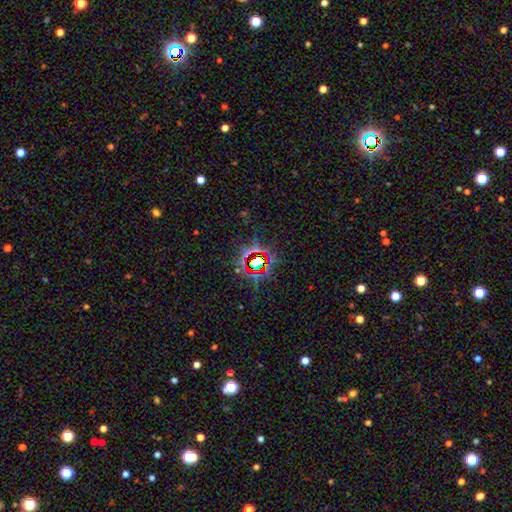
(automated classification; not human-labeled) Overall: star or artifact (78%).